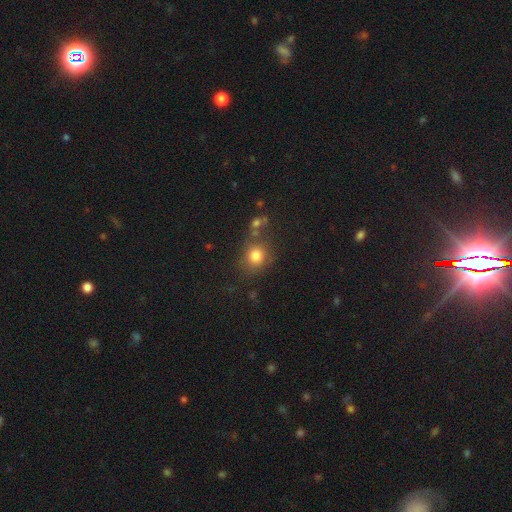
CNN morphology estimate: Q: Smooth or featured?
A: smooth (80%); runner-up: star or artifact (12%)
Q: How rounded?
A: round (78%); runner-up: in between (21%)
Q: Merging?
A: none (69%); runner-up: minor disturbance (14%)